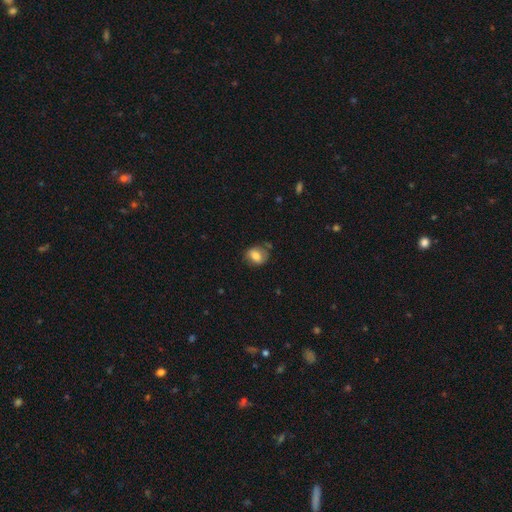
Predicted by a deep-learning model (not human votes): Smooth or featured: smooth — 73% (featured or disk — 19%)
How rounded: in between — 53% (round — 46%)
Merging: none — 63% (minor disturbance — 24%)